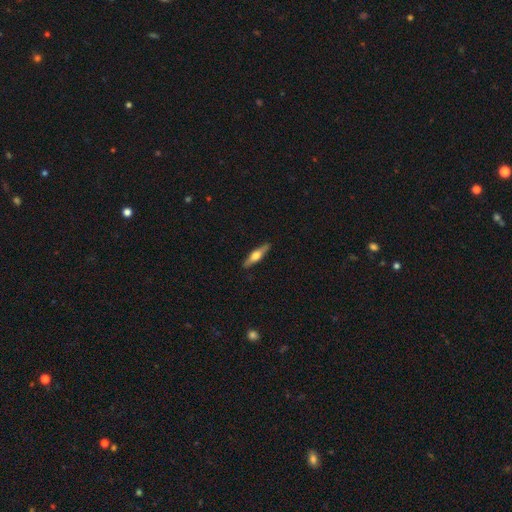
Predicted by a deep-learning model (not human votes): A featured or disk galaxy (56%) viewed edge-on (95%) with a rounded central bulge (90%). Merging: none (89%).